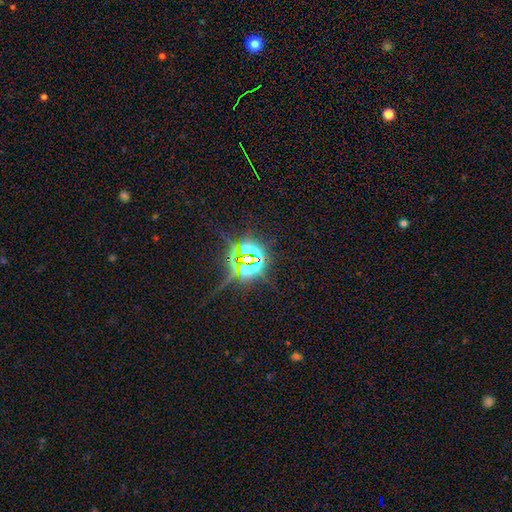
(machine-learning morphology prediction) Overall: star or artifact (84%).